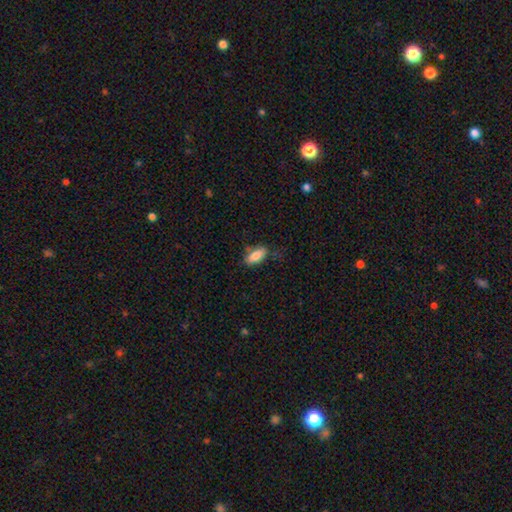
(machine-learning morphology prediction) Smooth or featured: smooth — 82% (featured or disk — 11%)
How rounded: in between — 84% (cigar-shaped — 14%)
Merging: none — 71% (minor disturbance — 21%)